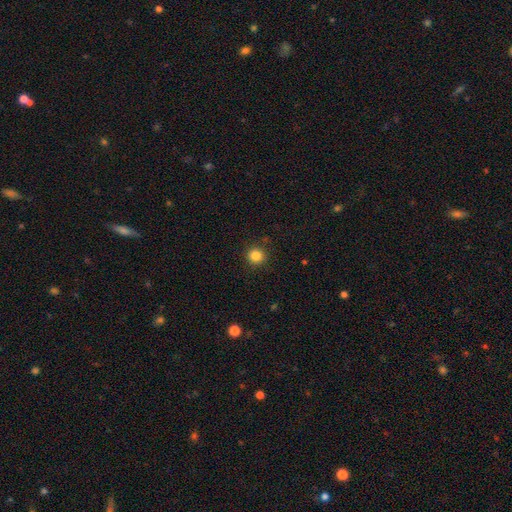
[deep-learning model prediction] A smooth galaxy with no disk features (84%) that is round (94%).

Vote fractions:
- Smooth or featured? smooth: 84% / star or artifact: 12% / featured or disk: 4%
- How rounded? round: 94% / in between: 5% / cigar-shaped: 1%
- Merging? none: 90% / minor disturbance: 6% / major disturbance: 2% / merger: 1%